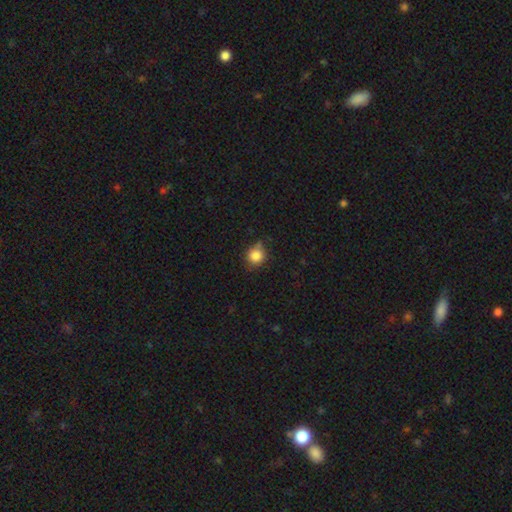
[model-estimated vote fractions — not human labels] The model was most divided on "merging": none: 69%, minor disturbance: 22%, merger: 4%, major disturbance: 4%. More confident: how rounded — round (88%); smooth or featured — smooth (83%).